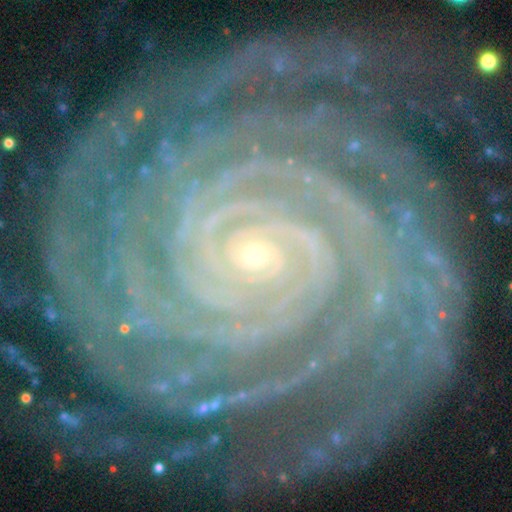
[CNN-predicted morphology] Smooth or featured?
  - featured or disk: 91% *
  - star or artifact: 6%
  - smooth: 3%
Edge-on disk?
  - no: 98% *
  - yes: 2%
Bar?
  - no: 69% *
  - weak: 16%
  - strong: 15%
Spiral arms?
  - yes: 99% *
  - no: 1%
Spiral winding?
  - tight: 92% *
  - medium: 7%
  - loose: 1%
Spiral arm count?
  - 2: 25% *
  - 4: 18%
  - 3: 17%
  - more than 4: 17%
  - can't tell: 13%
  - 1: 9%
Bulge size?
  - small: 88% *
  - moderate: 9%
  - none: 1%
  - large: 1%
  - dominant: 1%
Merging?
  - none: 82% *
  - minor disturbance: 12%
  - major disturbance: 4%
  - merger: 1%